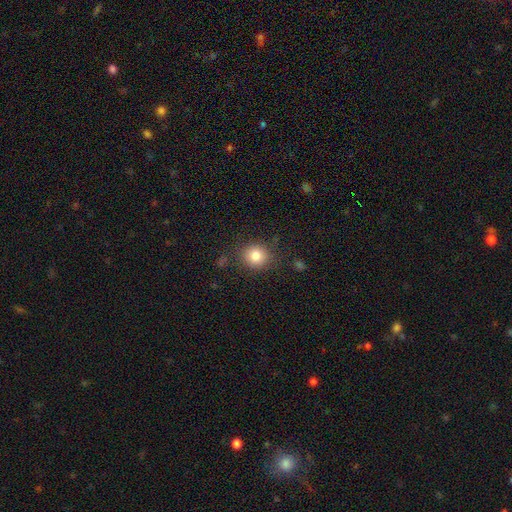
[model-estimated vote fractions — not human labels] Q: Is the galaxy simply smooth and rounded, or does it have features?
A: smooth — 82%.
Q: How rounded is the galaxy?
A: round — 87%.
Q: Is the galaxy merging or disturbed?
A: none — 85%.